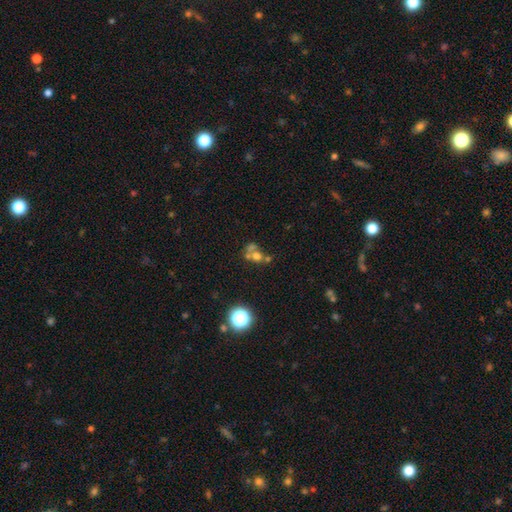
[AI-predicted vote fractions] Smooth or featured? smooth (55%)
How rounded? round (68%)
Merging? merger (54%)